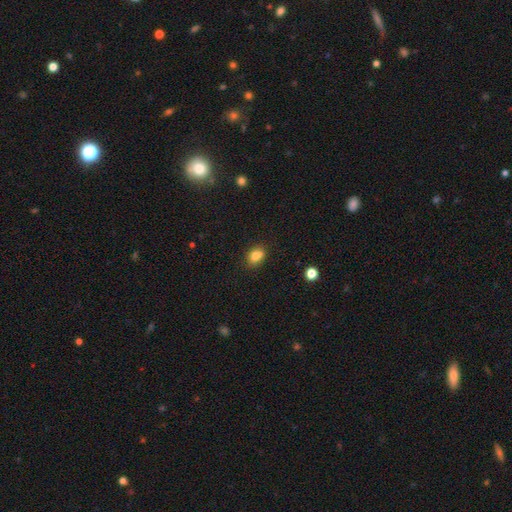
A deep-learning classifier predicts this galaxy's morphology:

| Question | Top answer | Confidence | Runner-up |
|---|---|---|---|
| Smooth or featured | smooth | 79% | star or artifact (11%) |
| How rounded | in between | 62% | round (37%) |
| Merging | none | 60% | merger (19%) |